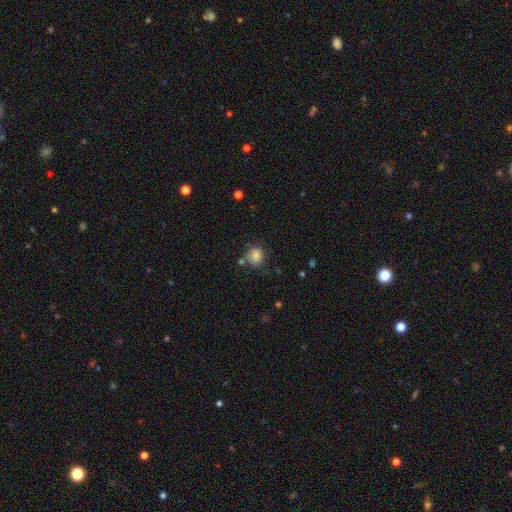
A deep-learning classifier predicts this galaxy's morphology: Smooth or featured?
  - smooth: 81% *
  - star or artifact: 10%
  - featured or disk: 9%
How rounded?
  - round: 68% *
  - in between: 31%
  - cigar-shaped: 1%
Merging?
  - none: 61% *
  - minor disturbance: 22%
  - merger: 10%
  - major disturbance: 7%